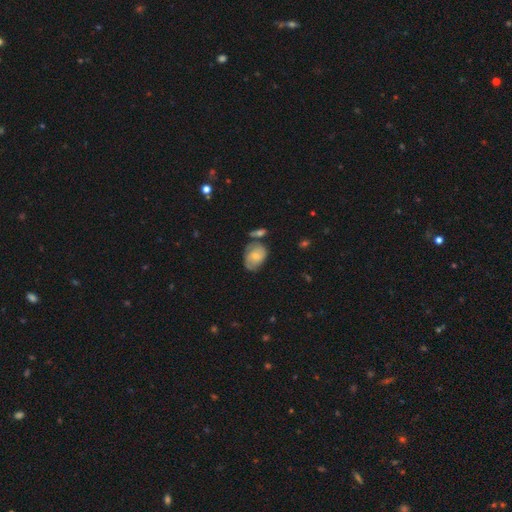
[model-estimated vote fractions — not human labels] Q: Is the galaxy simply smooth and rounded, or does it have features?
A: smooth — 50%.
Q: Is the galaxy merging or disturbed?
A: none — 48%.